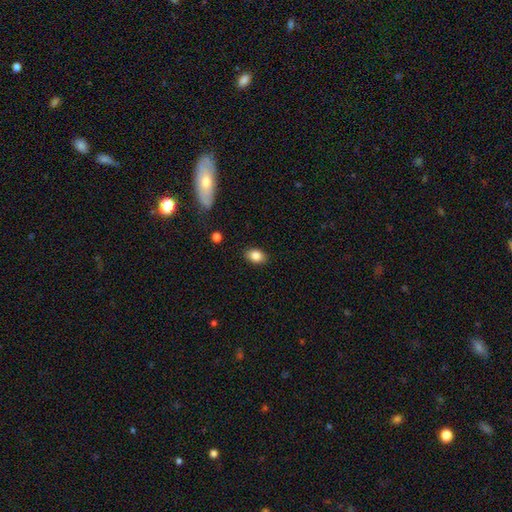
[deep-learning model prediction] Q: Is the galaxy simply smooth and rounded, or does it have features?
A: smooth — 85%.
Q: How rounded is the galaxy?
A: in between — 81%.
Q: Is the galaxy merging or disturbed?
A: none — 87%.